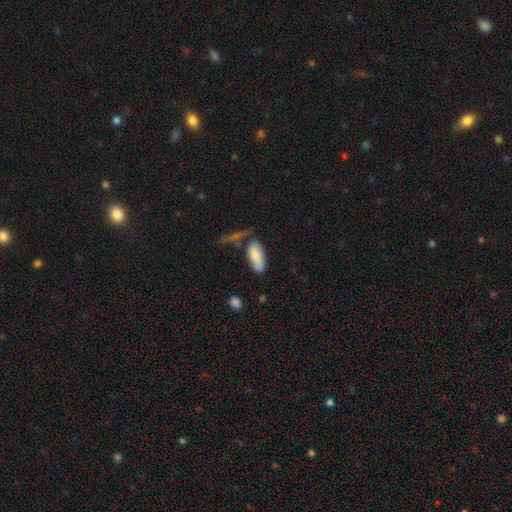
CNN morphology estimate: A smooth galaxy with no disk features (83%) that is in between round and cigar-shaped (83%).

Vote fractions:
- Smooth or featured? smooth: 83% / featured or disk: 11% / star or artifact: 6%
- How rounded? in between: 83% / cigar-shaped: 15% / round: 2%
- Merging? none: 60% / minor disturbance: 23% / merger: 10% / major disturbance: 7%